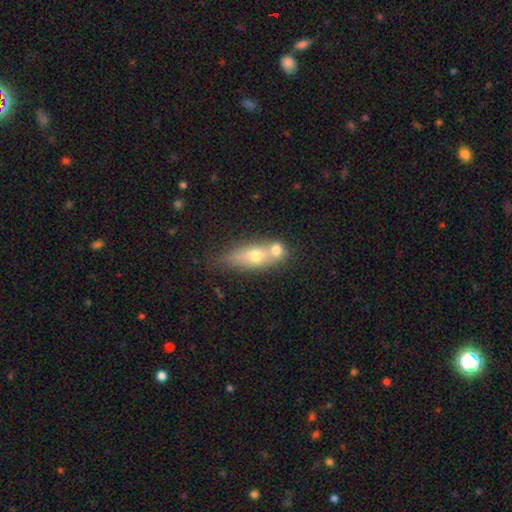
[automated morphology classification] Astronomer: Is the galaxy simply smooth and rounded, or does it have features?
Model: smooth — 57% (runner-up: featured or disk, 34%).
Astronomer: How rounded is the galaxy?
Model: in between — 60%.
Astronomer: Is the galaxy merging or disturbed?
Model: merger — 50% (runner-up: none, 34%).